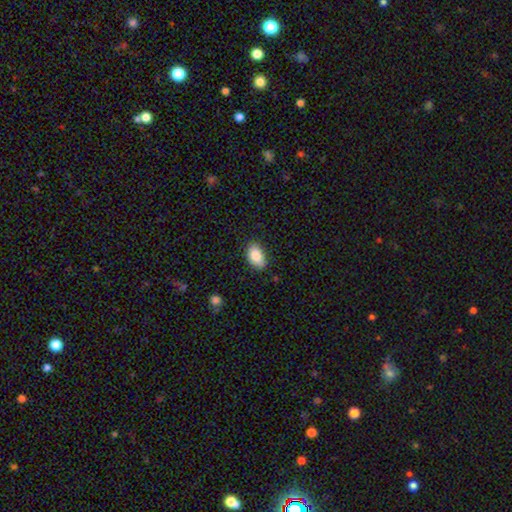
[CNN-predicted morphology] Smooth or featured? Predicted: smooth (p=0.86). How rounded? Predicted: in between (p=0.92). Merging? Predicted: none (p=0.80).